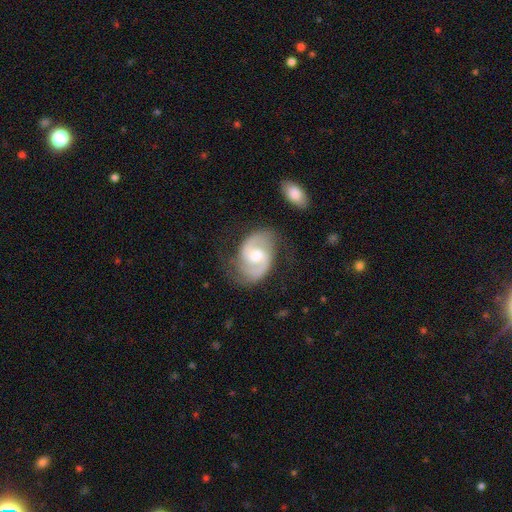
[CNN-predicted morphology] Overall: featured or disk (88%). Edge-on disk: no (98%). Bar: weak (50%; no 38%). Spiral arms: yes (97%). Spiral arm count: 2 (92%). Spiral winding: medium (58%; tight 23%). Bulge size: moderate (67%). Merging: none (72%).